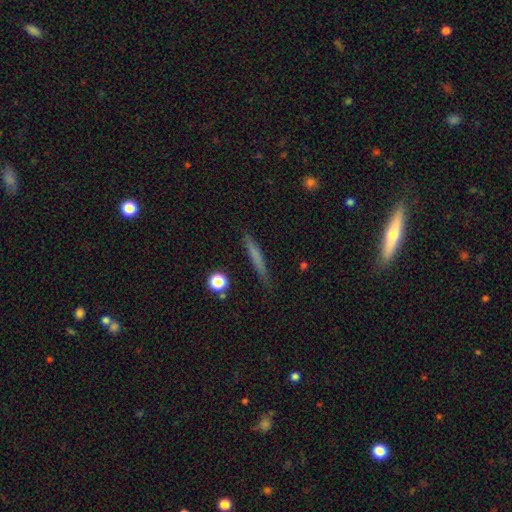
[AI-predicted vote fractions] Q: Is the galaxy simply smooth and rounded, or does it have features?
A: smooth — 62%.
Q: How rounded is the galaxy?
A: cigar-shaped — 94%.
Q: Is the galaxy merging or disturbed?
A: none — 84%.